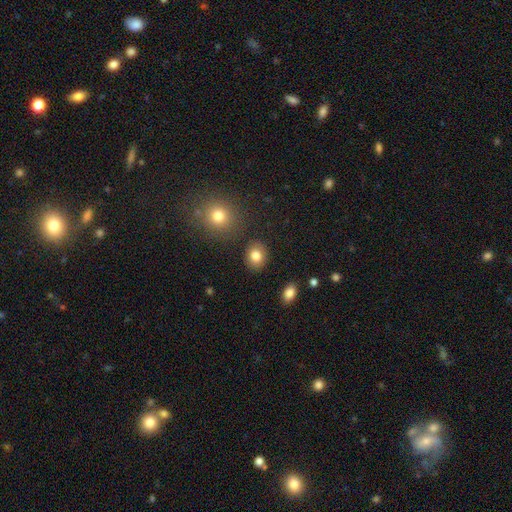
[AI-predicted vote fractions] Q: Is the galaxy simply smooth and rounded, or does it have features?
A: smooth — 83%.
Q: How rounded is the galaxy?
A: round — 59%.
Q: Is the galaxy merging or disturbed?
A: none — 87%.